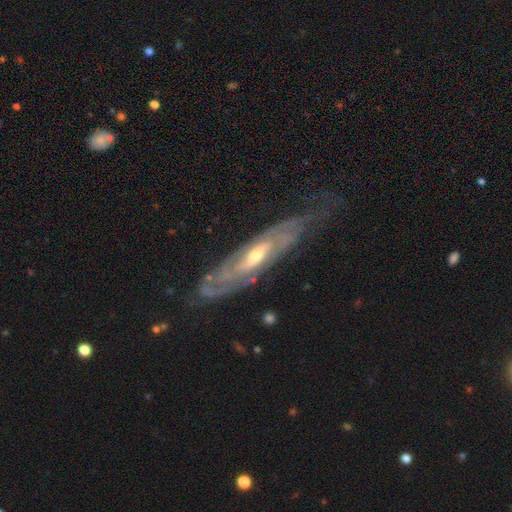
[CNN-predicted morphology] featured or disk 86%, smooth 9%, star or artifact 6%. Down the decision tree: edge-on disk — no (73%); bar — no (47%); spiral arms — yes (92%); spiral arm count — can't tell (52%); spiral winding — tight (70%); bulge size — moderate (55%); merging — none (68%).